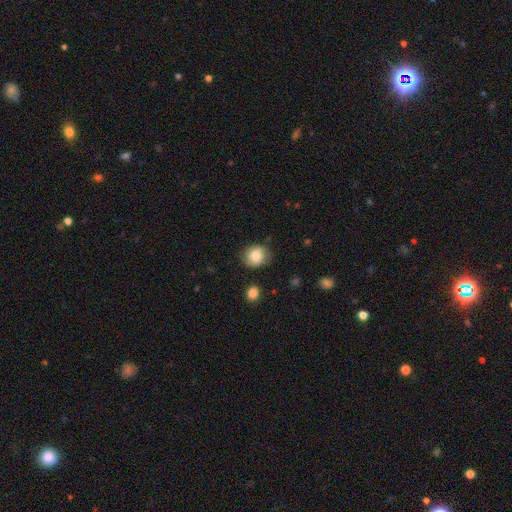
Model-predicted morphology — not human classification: Smooth or featured? smooth (75%)
How rounded? round (79%)
Merging? none (75%)